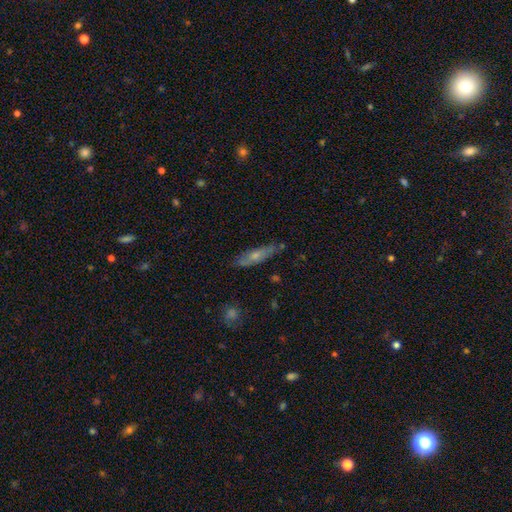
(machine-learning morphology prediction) Q: Smooth or featured?
A: smooth (53%); runner-up: featured or disk (40%)
Q: How rounded?
A: cigar-shaped (63%); runner-up: in between (35%)
Q: Merging?
A: none (72%); runner-up: minor disturbance (20%)